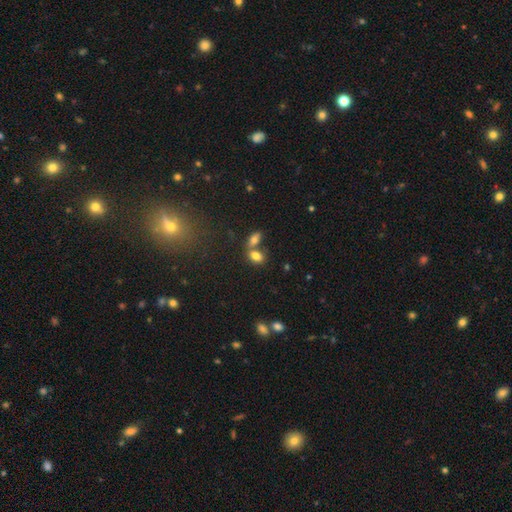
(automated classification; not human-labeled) This is likely a smooth galaxy (78%). How rounded: clearly in between (84%). Merging: possibly merger (49%).